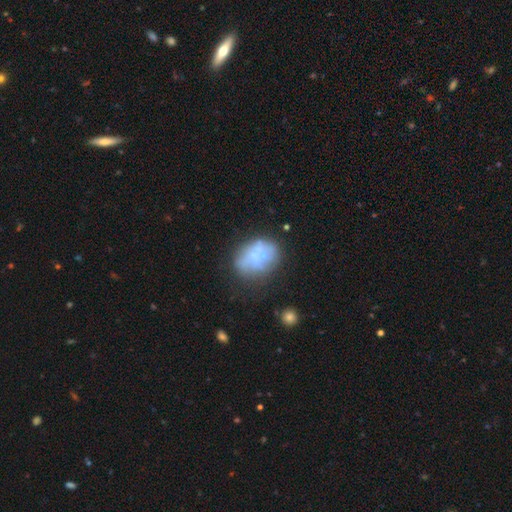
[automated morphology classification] smooth-or-featured: featured or disk: 46% | smooth: 42% | star or artifact: 12%
  merging: none: 45% | minor disturbance: 23% | merger: 17% | major disturbance: 16%